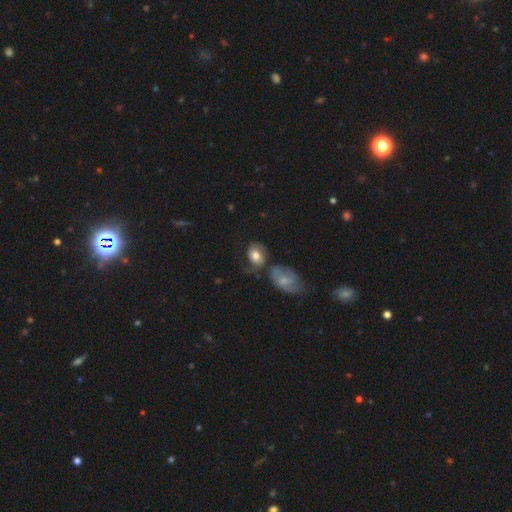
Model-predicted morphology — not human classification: Smooth or featured: smooth — 64% (featured or disk — 28%)
How rounded: in between — 57% (round — 42%)
Merging: none — 34% (merger — 26%)